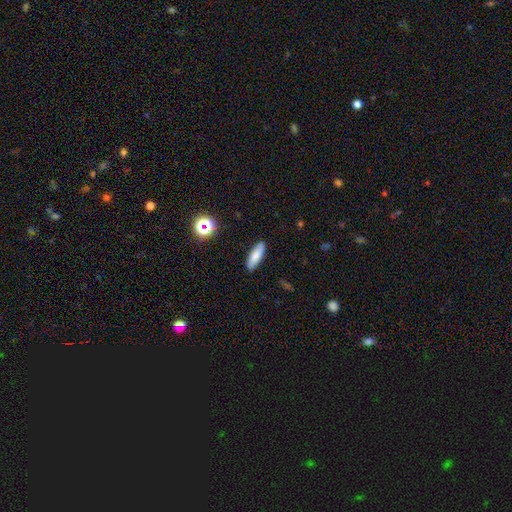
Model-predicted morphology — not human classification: Smooth or featured? smooth (78%)
How rounded? in between (51%)
Merging? none (88%)